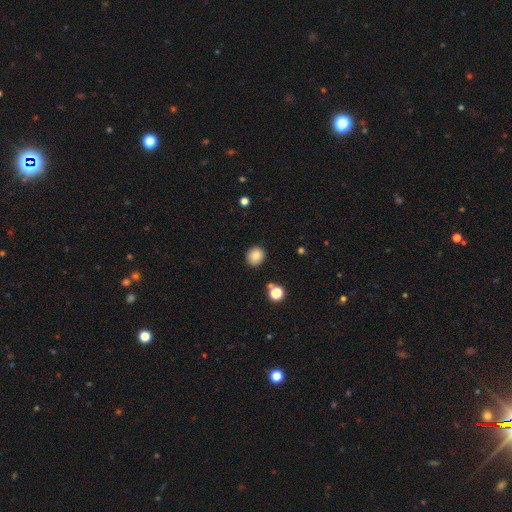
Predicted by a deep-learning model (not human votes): Overall: smooth (85%). How rounded: round (80%). Merging: none (88%).